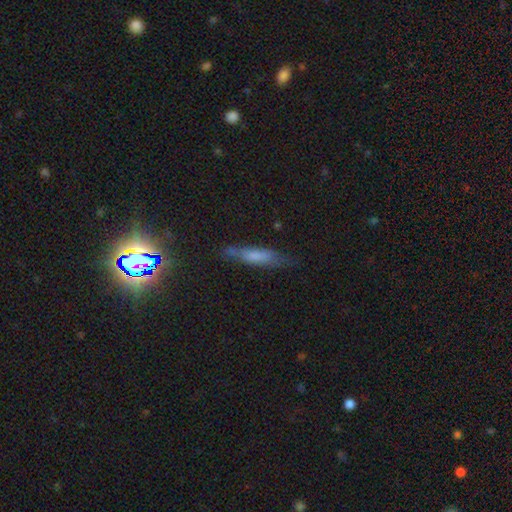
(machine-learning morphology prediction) Smooth or featured?
  - smooth: 57% *
  - featured or disk: 30%
  - star or artifact: 12%
How rounded?
  - cigar-shaped: 77% *
  - in between: 20%
  - round: 2%
Merging?
  - none: 70% *
  - minor disturbance: 21%
  - major disturbance: 6%
  - merger: 3%